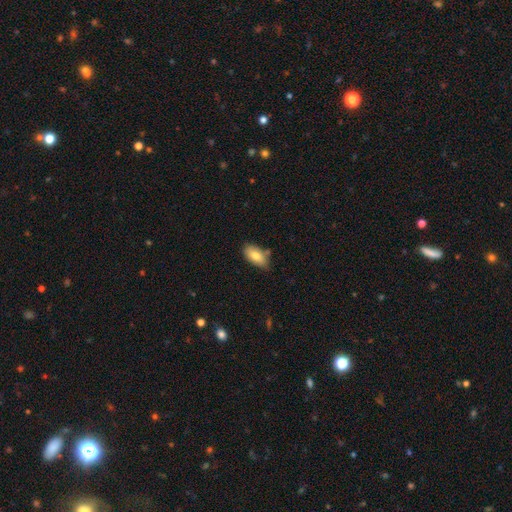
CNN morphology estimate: Overall: smooth (81%). How rounded: in between (92%). Merging: none (70%).